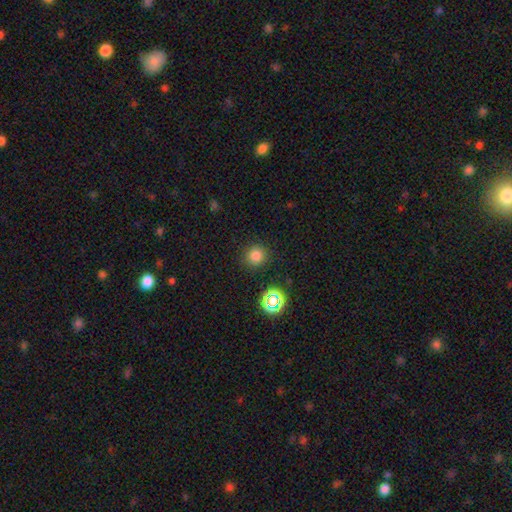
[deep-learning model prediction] A smooth galaxy with no disk features (78%) that is round (92%). Merging: none (88%).